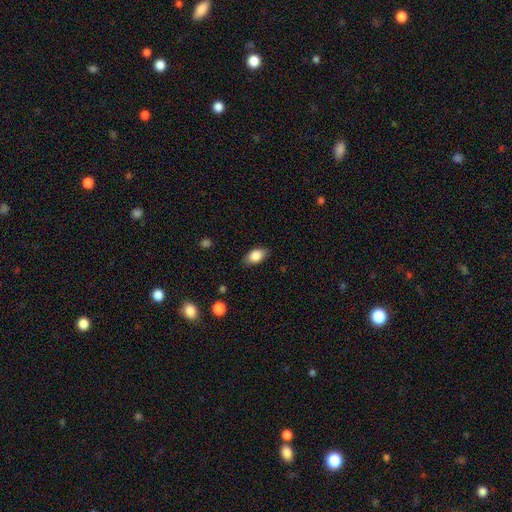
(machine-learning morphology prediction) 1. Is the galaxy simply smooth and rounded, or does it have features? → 84% smooth, 8% featured or disk, 7% star or artifact.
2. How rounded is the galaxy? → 89% in between, 8% round, 2% cigar-shaped.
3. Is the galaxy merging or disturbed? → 83% none, 13% minor disturbance, 3% major disturbance, 1% merger.